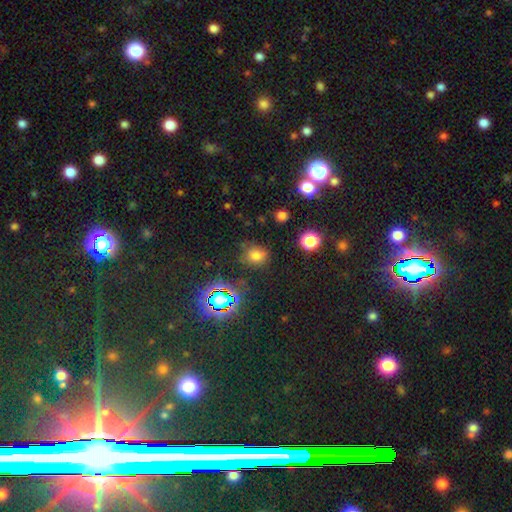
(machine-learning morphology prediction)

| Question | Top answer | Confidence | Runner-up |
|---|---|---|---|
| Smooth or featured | smooth | 66% | star or artifact (26%) |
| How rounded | round | 61% | in between (38%) |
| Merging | none | 76% | minor disturbance (16%) |